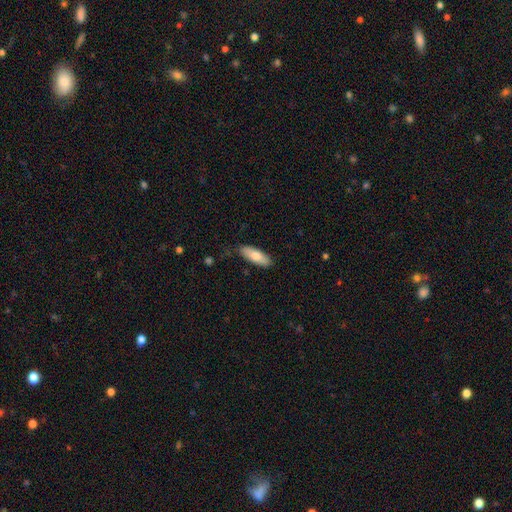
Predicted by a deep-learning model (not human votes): Morphology: type=smooth (75%); roundness=in between (64%); merging=none (83%).